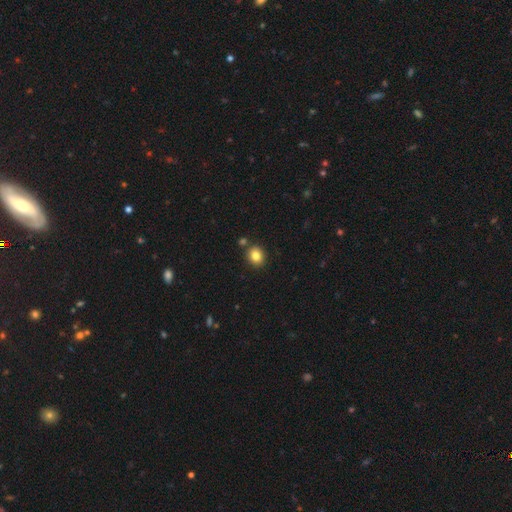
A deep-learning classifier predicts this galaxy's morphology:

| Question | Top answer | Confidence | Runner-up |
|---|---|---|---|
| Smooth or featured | smooth | 83% | star or artifact (10%) |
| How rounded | round | 76% | in between (23%) |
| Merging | none | 83% | minor disturbance (8%) |